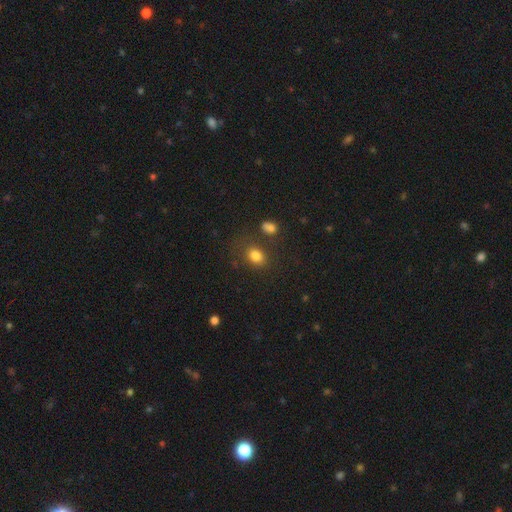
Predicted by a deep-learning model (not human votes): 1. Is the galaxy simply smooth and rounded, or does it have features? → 81% smooth, 12% star or artifact, 7% featured or disk.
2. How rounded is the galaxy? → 60% in between, 39% round, 1% cigar-shaped.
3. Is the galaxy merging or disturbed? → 71% none, 14% minor disturbance, 9% merger, 6% major disturbance.